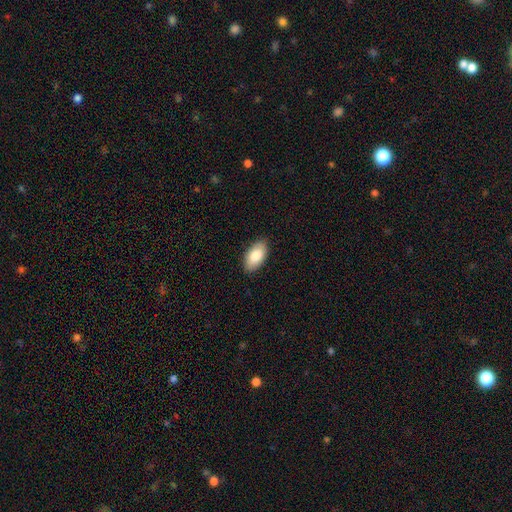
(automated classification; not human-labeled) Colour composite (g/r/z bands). It shows a smooth galaxy with no disk features (84%) that is in between round and cigar-shaped (95%). Merging: none (87%).